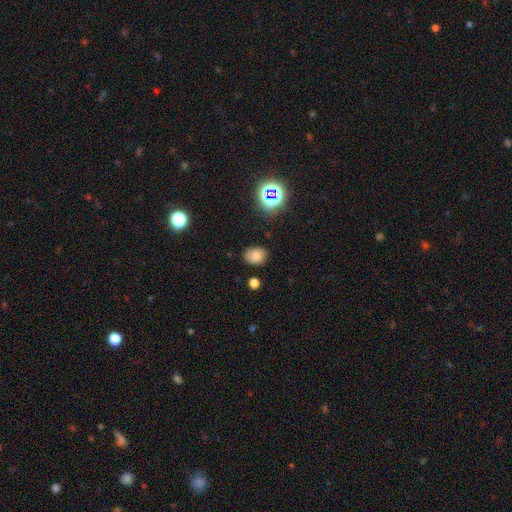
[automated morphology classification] Overall: smooth (77%). How rounded: in between (50%; round 49%). Merging: none (77%).